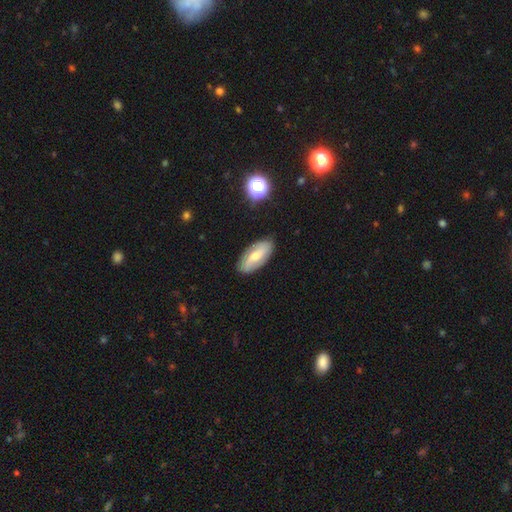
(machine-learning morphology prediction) Smooth or featured? Predicted: featured or disk (p=0.47). Merging? Predicted: none (p=0.84).